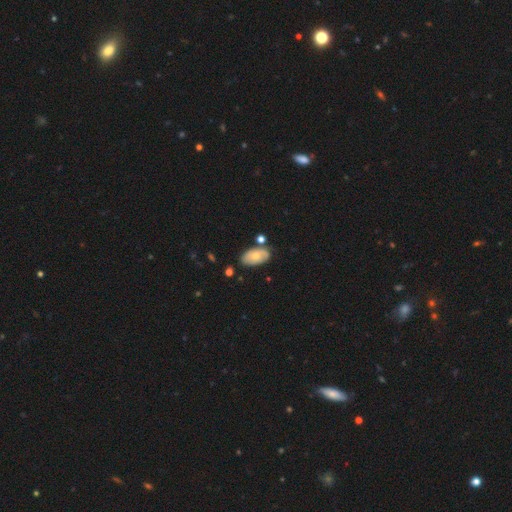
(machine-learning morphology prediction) This appears to be a smooth galaxy with no disk features (60%) that is in between round and cigar-shaped (94%). Merging: none (69%).